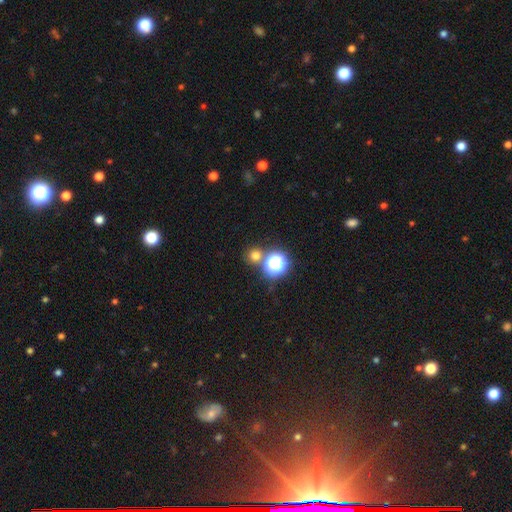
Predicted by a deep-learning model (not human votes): Smooth or featured?
  - smooth: 66% *
  - star or artifact: 28%
  - featured or disk: 6%
How rounded?
  - round: 89% *
  - in between: 10%
  - cigar-shaped: 1%
Merging?
  - none: 72% *
  - merger: 18%
  - minor disturbance: 7%
  - major disturbance: 3%